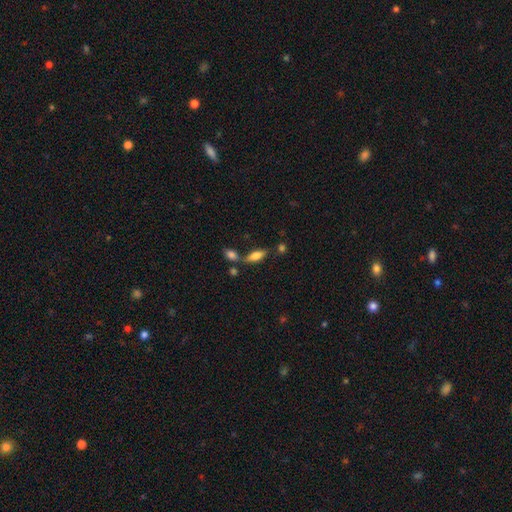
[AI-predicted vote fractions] Overall: smooth (72%). How rounded: in between (71%). Merging: none (59%; merger 21%).